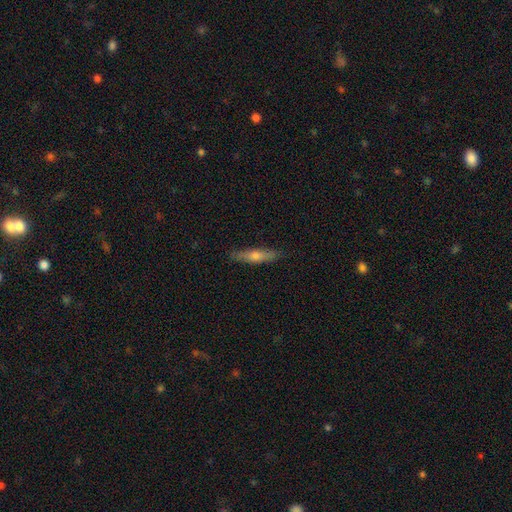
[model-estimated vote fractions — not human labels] This is possibly a smooth galaxy (55%). How rounded: clearly cigar-shaped (81%). Merging: clearly none (87%).